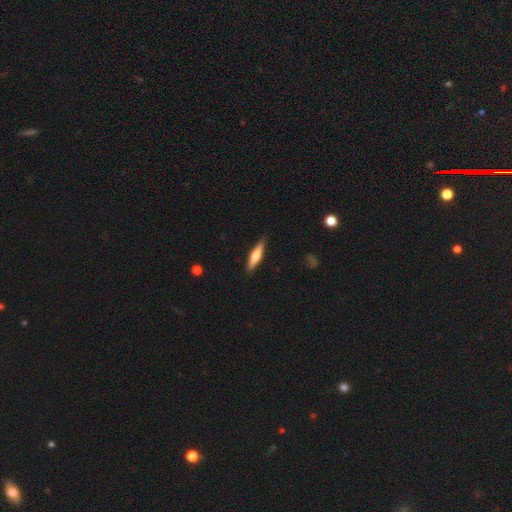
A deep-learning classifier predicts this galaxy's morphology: Q: Smooth or featured?
A: smooth (51%); runner-up: featured or disk (44%)
Q: How rounded?
A: cigar-shaped (81%); runner-up: in between (17%)
Q: Merging?
A: none (89%); runner-up: minor disturbance (8%)